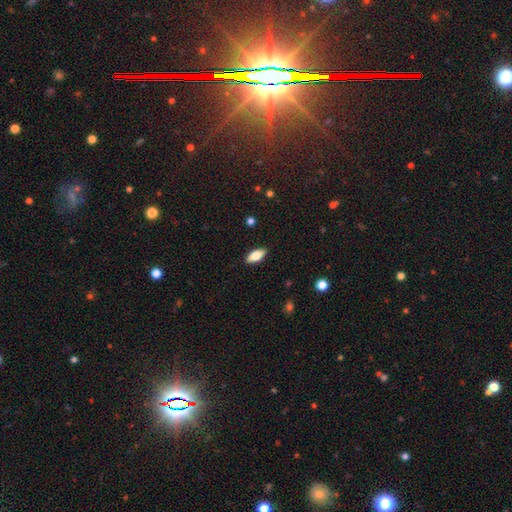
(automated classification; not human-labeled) The model was most divided on "smooth or featured": smooth: 69%, featured or disk: 25%, star or artifact: 7%. More confident: merging — none (89%); how rounded — in between (80%).